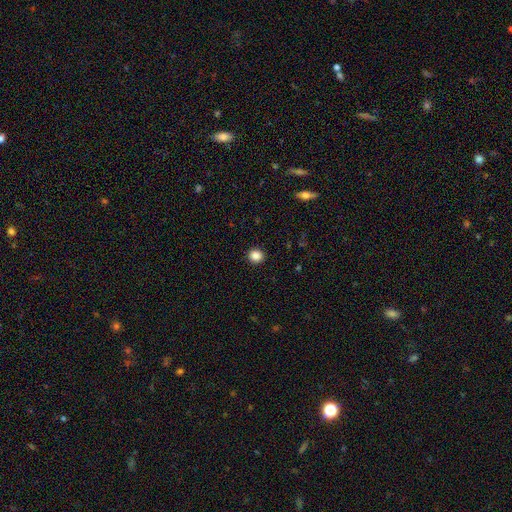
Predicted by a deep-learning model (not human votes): Overall: smooth (87%). How rounded: round (89%). Merging: none (93%).